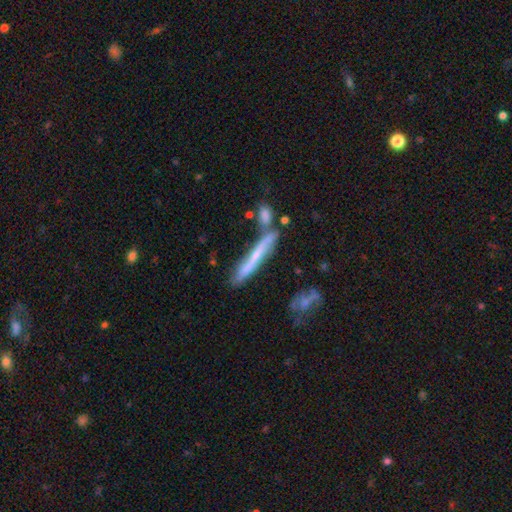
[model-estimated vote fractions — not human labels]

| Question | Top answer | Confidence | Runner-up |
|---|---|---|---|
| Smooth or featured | featured or disk | 54% | smooth (38%) |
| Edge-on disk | yes | 84% | no (16%) |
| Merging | none | 59% | minor disturbance (18%) |